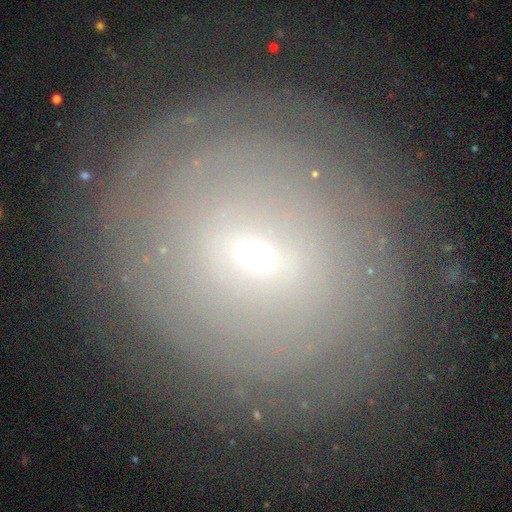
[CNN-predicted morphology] Smooth or featured?
  - featured or disk: 73% *
  - smooth: 18%
  - star or artifact: 9%
Edge-on disk?
  - no: 96% *
  - yes: 4%
Bar?
  - no: 42% *
  - weak: 41%
  - strong: 16%
Spiral arms?
  - yes: 81% *
  - no: 19%
Spiral winding?
  - tight: 86% *
  - medium: 10%
  - loose: 4%
Spiral arm count?
  - can't tell: 52% *
  - 2: 14%
  - more than 4: 11%
  - 4: 9%
  - 3: 7%
  - 1: 6%
Bulge size?
  - small: 85% *
  - moderate: 12%
  - large: 2%
  - dominant: 1%
  - none: 1%
Merging?
  - none: 84% *
  - minor disturbance: 10%
  - major disturbance: 5%
  - merger: 1%